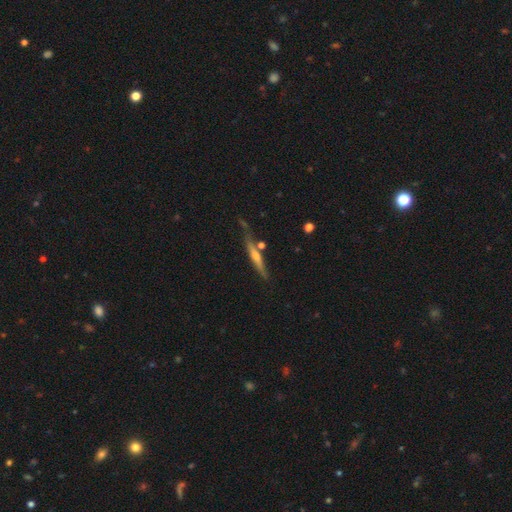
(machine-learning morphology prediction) A featured or disk galaxy (66%) viewed edge-on (94%) with a rounded central bulge (67%).

Vote fractions:
- Smooth or featured? featured or disk: 66% / smooth: 27% / star or artifact: 7%
- Edge-on disk? yes: 94% / no: 6%
- Edge-on bulge? rounded: 67% / none: 24% / boxy: 9%
- Merging? none: 69% / minor disturbance: 19% / merger: 8% / major disturbance: 5%